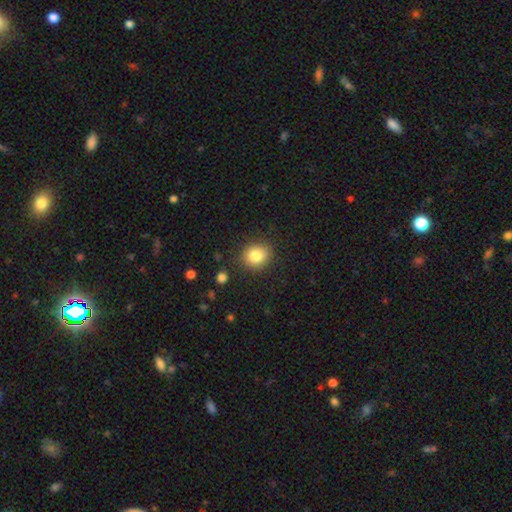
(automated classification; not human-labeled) smooth-or-featured: smooth: 83% | star or artifact: 10% | featured or disk: 7%
  how-rounded: round: 73% | in between: 26% | cigar-shaped: 1%
  merging: none: 86% | minor disturbance: 9% | major disturbance: 3% | merger: 2%